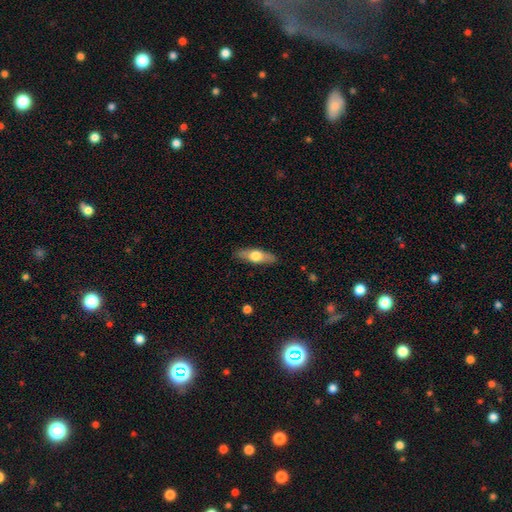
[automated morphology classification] Smooth or featured: smooth — 57% (featured or disk — 37%)
How rounded: in between — 53% (cigar-shaped — 44%)
Merging: none — 88% (minor disturbance — 9%)